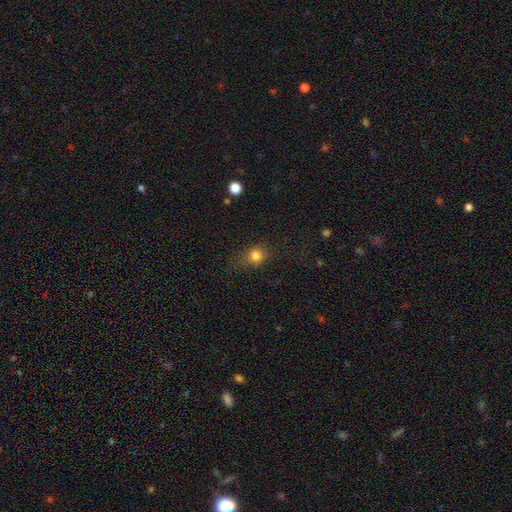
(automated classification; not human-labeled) smooth_or_featured: smooth (p=0.80) [alt: star or artifact p=0.13]
how_rounded: round (p=0.76) [alt: in between p=0.22]
merging: none (p=0.71) [alt: minor disturbance p=0.19]